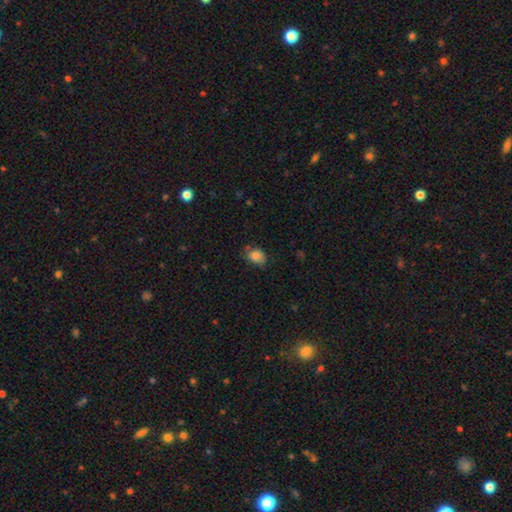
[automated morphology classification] This appears to be a smooth galaxy with no disk features (82%) that is in between round and cigar-shaped (61%). Merging: none (61%).